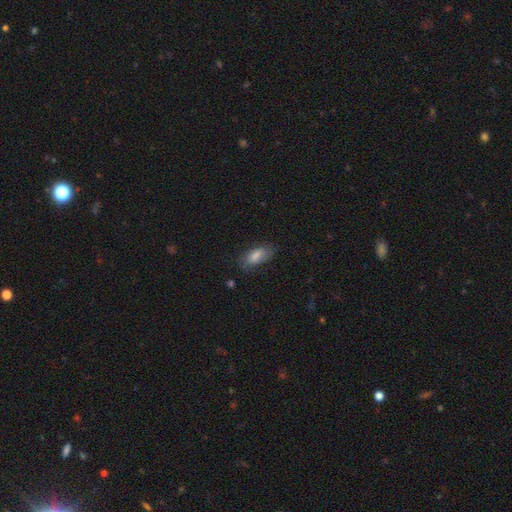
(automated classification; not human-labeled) Overall: smooth (76%). How rounded: in between (79%). Merging: none (76%).